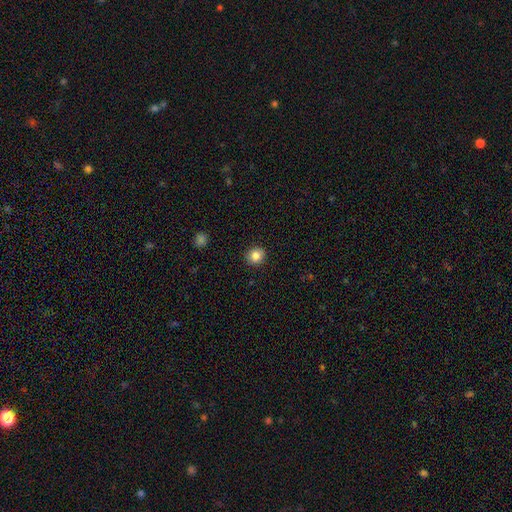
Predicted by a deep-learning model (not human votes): smooth-or-featured: smooth: 84% | star or artifact: 10% | featured or disk: 6%
  how-rounded: round: 89% | in between: 10% | cigar-shaped: 1%
  merging: none: 91% | minor disturbance: 6% | major disturbance: 2% | merger: 1%